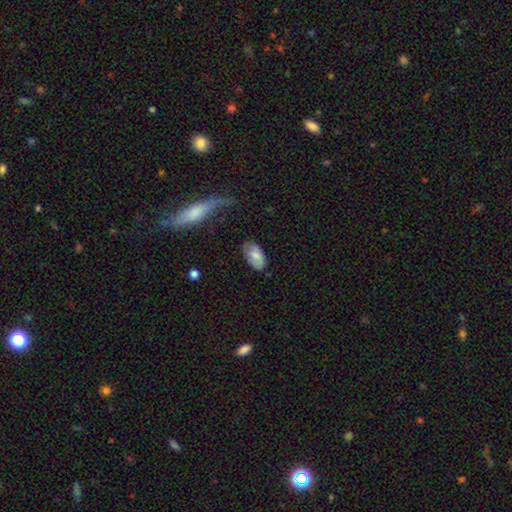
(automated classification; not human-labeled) Overall: smooth (70%). How rounded: in between (94%). Merging: none (71%).